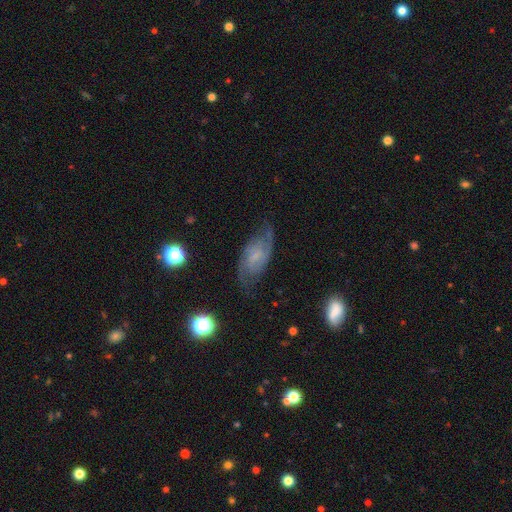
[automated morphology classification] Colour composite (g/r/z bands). It shows a featured or disk galaxy (74%) with a weak bar (47%), 2 (80%) medium (48%) spiral arms (93%) and a small central bulge (45%). Merging: none (71%).